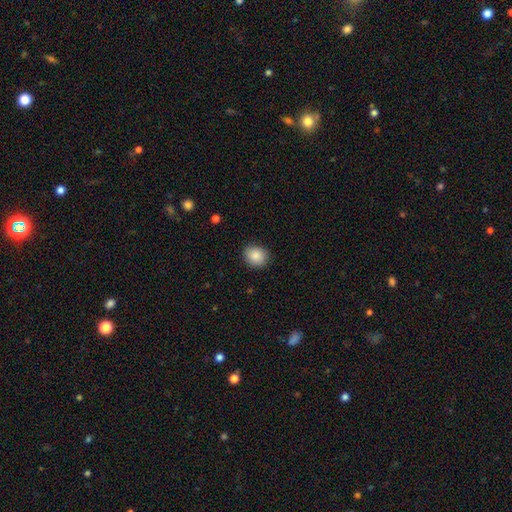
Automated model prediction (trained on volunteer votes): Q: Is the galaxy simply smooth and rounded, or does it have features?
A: smooth — 87%.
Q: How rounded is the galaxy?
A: round — 72%.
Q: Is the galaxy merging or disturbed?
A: none — 88%.